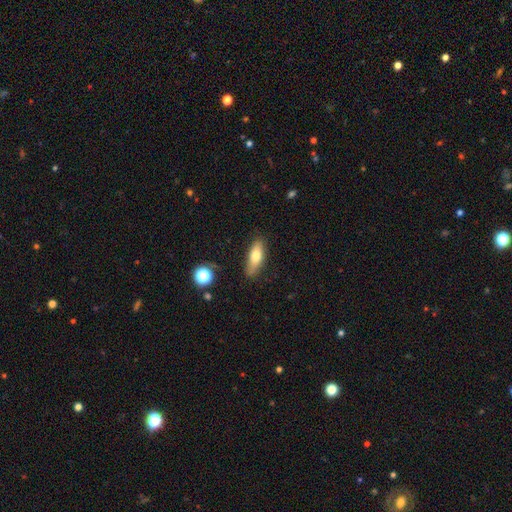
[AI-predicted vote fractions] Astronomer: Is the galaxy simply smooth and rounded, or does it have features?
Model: smooth — 70%.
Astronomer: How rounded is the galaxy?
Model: in between — 58% (runner-up: cigar-shaped, 38%).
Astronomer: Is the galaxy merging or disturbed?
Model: none — 80%.